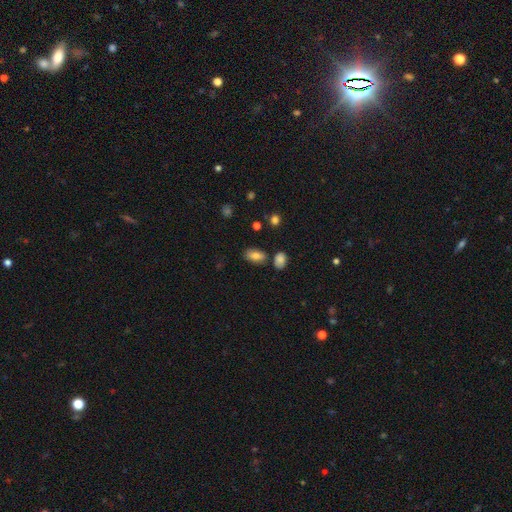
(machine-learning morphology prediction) The model was most divided on "merging": none: 77%, minor disturbance: 13%, merger: 7%, major disturbance: 3%. More confident: how rounded — in between (90%); smooth or featured — smooth (79%).